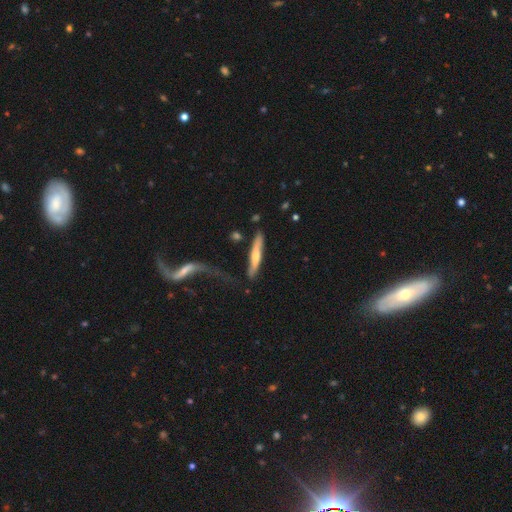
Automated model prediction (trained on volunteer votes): Overall: smooth (51%; featured or disk 44%). How rounded: cigar-shaped (90%). Merging: none (60%; minor disturbance 20%).